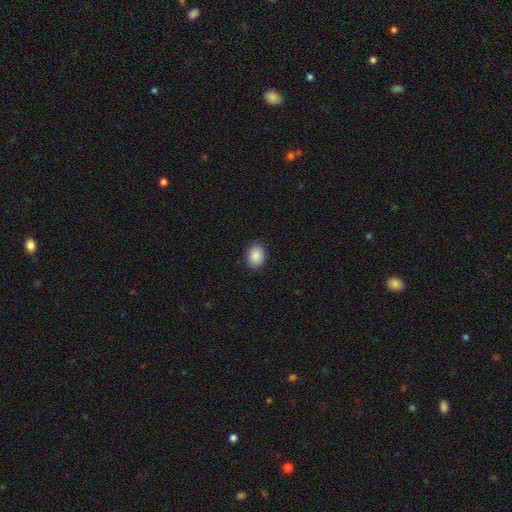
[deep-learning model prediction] Smooth or featured: smooth — 89% (star or artifact — 8%)
How rounded: in between — 59% (round — 40%)
Merging: none — 90% (minor disturbance — 7%)